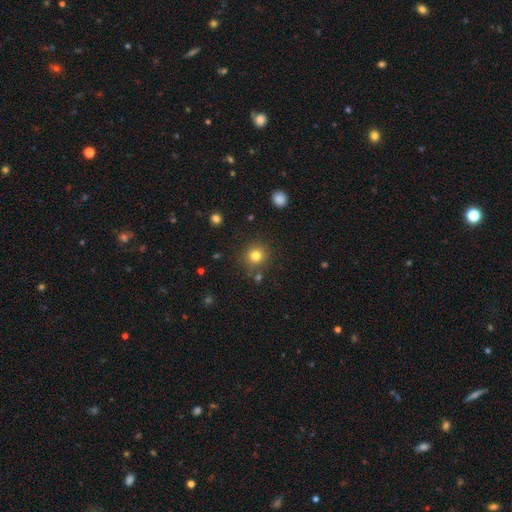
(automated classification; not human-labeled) smooth_or_featured: smooth (p=0.80) [alt: star or artifact p=0.13]
how_rounded: round (p=0.91) [alt: in between p=0.08]
merging: none (p=0.83) [alt: minor disturbance p=0.09]